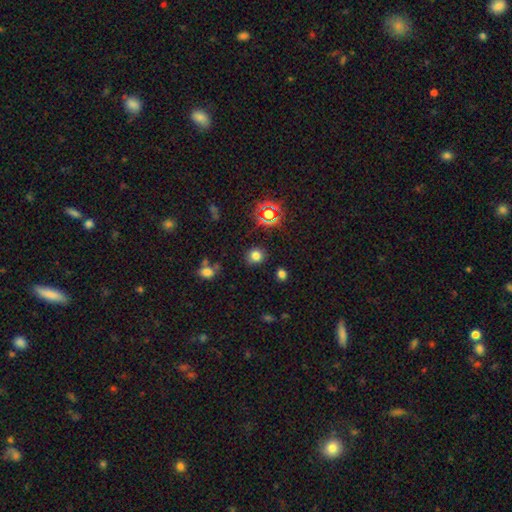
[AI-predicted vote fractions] This appears to be a smooth galaxy with no disk features (76%) that is round (83%). Merging: none (86%).